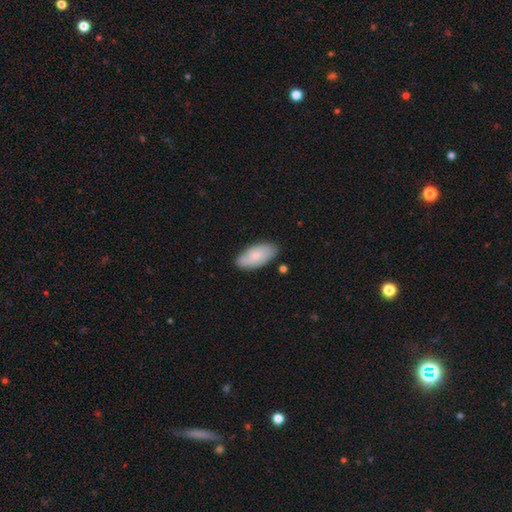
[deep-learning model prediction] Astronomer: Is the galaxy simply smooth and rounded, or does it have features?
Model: smooth — 80%.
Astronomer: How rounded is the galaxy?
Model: in between — 93%.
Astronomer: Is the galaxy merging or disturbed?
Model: none — 77%.